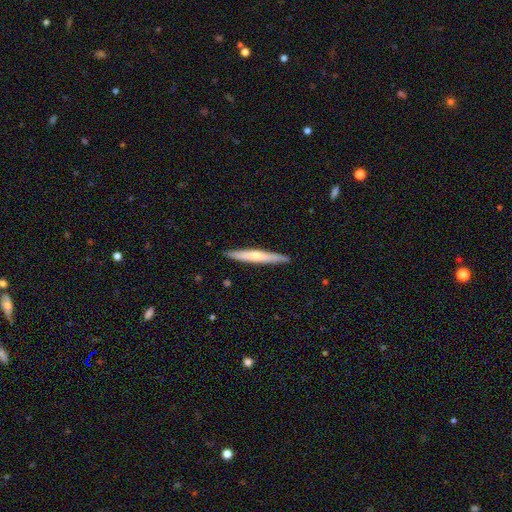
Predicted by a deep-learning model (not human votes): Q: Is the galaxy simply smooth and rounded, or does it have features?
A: featured or disk — 57%.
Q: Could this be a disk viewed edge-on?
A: yes — 96%.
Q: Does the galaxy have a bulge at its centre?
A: rounded — 70%.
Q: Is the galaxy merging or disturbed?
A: none — 92%.